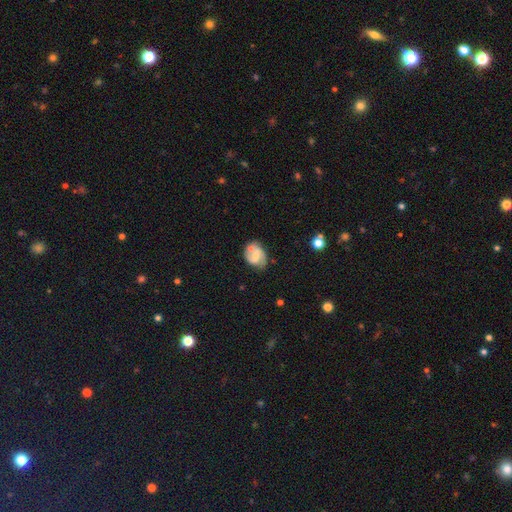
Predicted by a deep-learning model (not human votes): Q: Smooth or featured?
A: featured or disk (71%); runner-up: smooth (22%)
Q: Edge-on disk?
A: no (97%); runner-up: yes (3%)
Q: Bar?
A: weak (48%); runner-up: no (32%)
Q: Spiral arms?
A: yes (88%); runner-up: no (12%)
Q: Spiral winding?
A: medium (49%); runner-up: loose (26%)
Q: Spiral arm count?
A: 2 (82%); runner-up: can't tell (8%)
Q: Bulge size?
A: small (45%); runner-up: moderate (33%)
Q: Merging?
A: none (56%); runner-up: minor disturbance (23%)